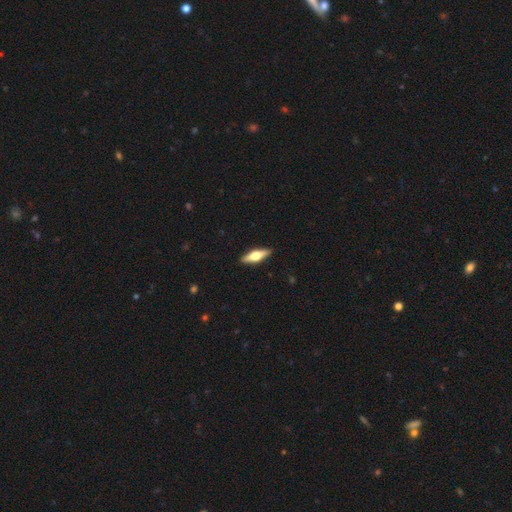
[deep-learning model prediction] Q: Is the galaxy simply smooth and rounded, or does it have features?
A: featured or disk — 59%.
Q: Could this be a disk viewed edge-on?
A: yes — 95%.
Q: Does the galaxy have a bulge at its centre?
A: rounded — 95%.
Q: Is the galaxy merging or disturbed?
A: none — 91%.